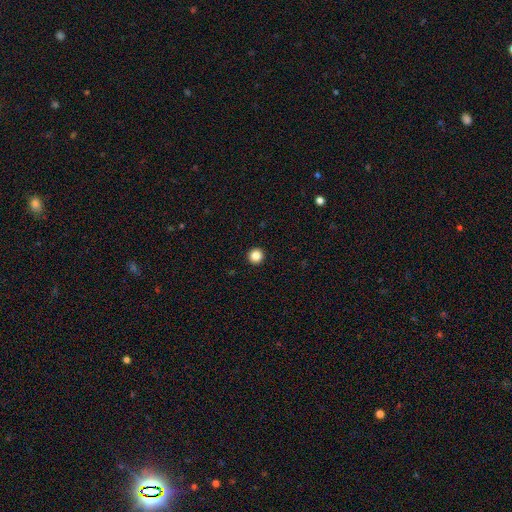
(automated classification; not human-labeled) The model was most divided on "smooth or featured": smooth: 86%, star or artifact: 11%, featured or disk: 3%. More confident: how rounded — round (96%); merging — none (94%).